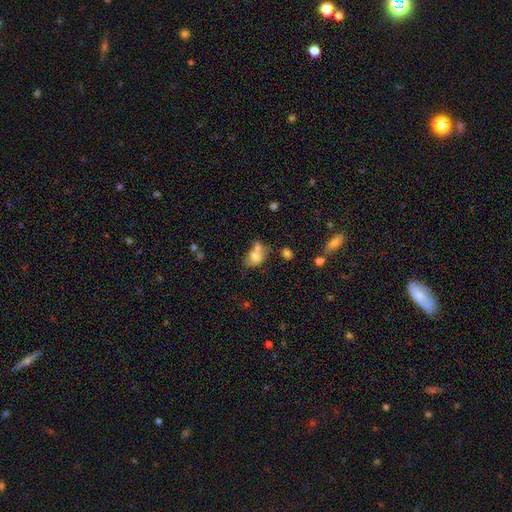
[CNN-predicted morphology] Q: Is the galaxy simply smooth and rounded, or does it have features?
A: smooth — 69%.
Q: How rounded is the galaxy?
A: in between — 75%.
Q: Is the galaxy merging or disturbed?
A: merger — 45%.